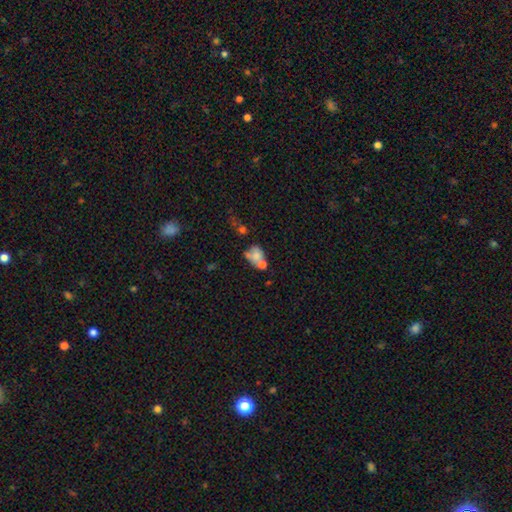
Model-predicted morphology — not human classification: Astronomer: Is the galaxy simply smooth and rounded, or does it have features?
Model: smooth — 63%.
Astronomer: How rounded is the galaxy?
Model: in between — 57% (runner-up: round, 41%).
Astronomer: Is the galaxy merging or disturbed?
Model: merger — 46% (runner-up: none, 26%).